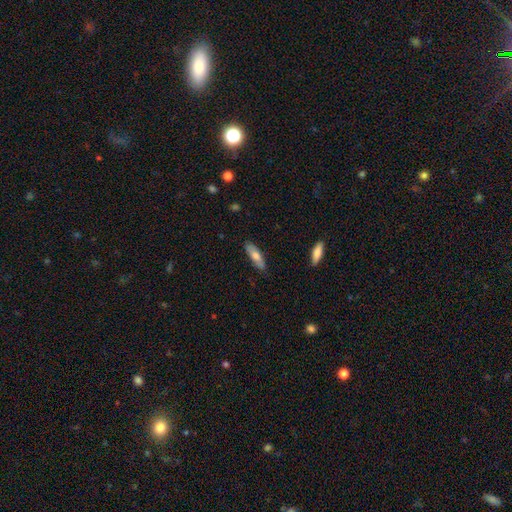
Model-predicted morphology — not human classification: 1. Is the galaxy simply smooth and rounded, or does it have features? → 65% smooth, 29% featured or disk, 6% star or artifact.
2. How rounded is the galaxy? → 50% cigar-shaped, 48% in between, 2% round.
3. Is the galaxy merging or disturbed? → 84% none, 12% minor disturbance, 2% major disturbance, 1% merger.